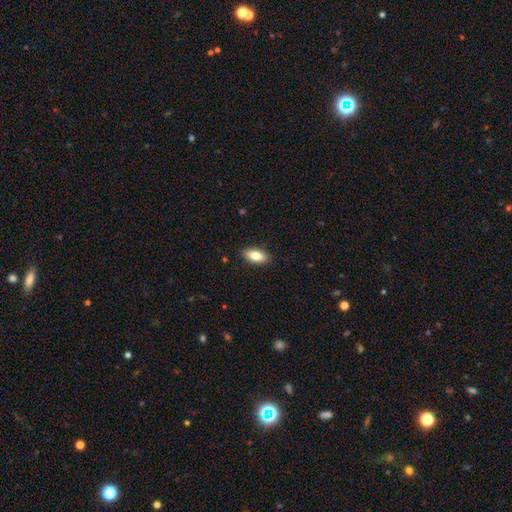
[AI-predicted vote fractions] Morphology: type=smooth (81%); roundness=in between (87%); merging=none (88%).